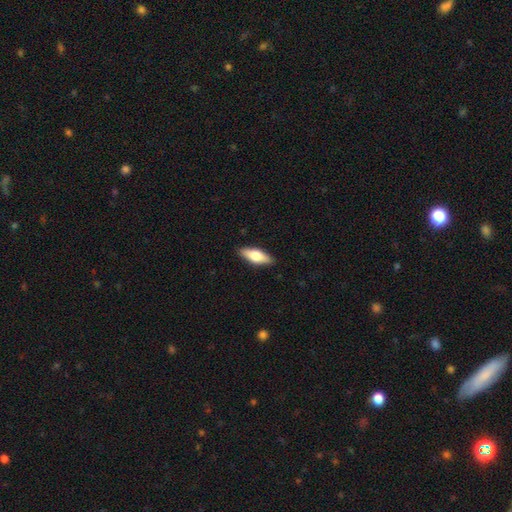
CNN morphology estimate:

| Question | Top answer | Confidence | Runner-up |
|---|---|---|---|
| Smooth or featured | smooth | 66% | featured or disk (28%) |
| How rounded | in between | 68% | cigar-shaped (30%) |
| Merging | none | 89% | minor disturbance (9%) |